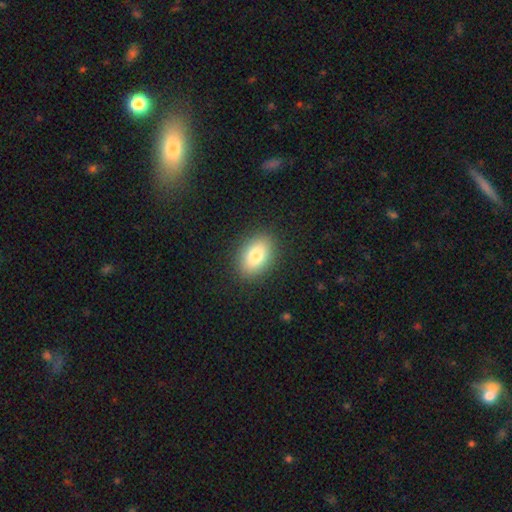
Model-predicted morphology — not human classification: smooth-or-featured: smooth: 81% | featured or disk: 11% | star or artifact: 8%
  how-rounded: in between: 82% | round: 17% | cigar-shaped: 1%
  merging: none: 88% | minor disturbance: 8% | major disturbance: 3% | merger: 1%